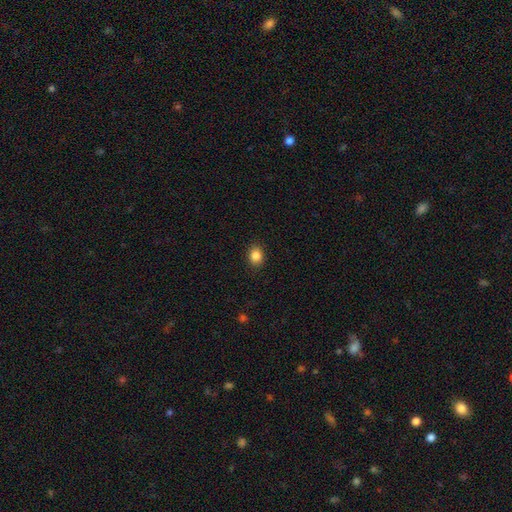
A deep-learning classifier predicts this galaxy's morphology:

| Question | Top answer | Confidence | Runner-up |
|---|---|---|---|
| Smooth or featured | smooth | 86% | star or artifact (10%) |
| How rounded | in between | 52% | round (47%) |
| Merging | none | 89% | minor disturbance (8%) |